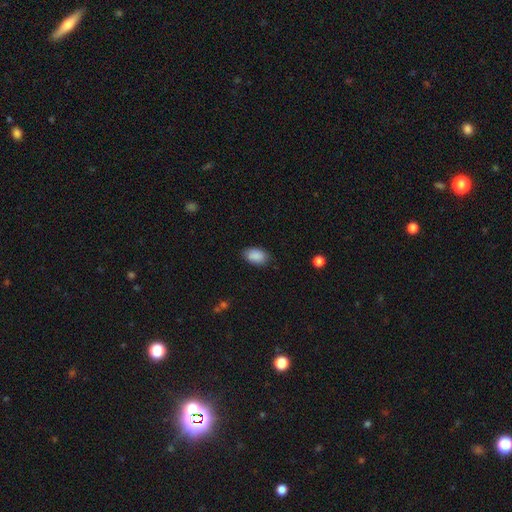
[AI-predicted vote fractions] smooth-or-featured: smooth: 89% | star or artifact: 7% | featured or disk: 4%
  how-rounded: in between: 90% | round: 9% | cigar-shaped: 1%
  merging: none: 83% | minor disturbance: 13% | major disturbance: 3% | merger: 1%